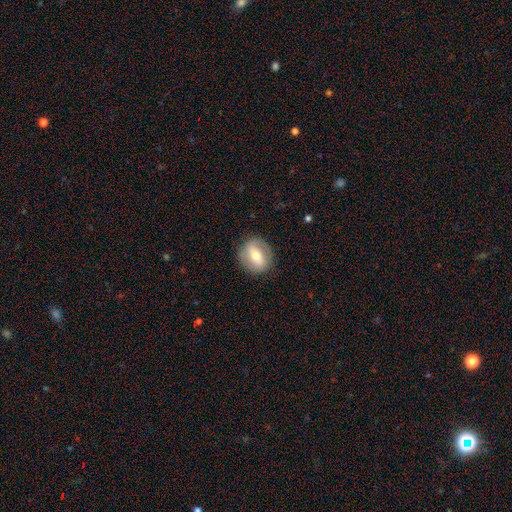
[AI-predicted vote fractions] Smooth or featured?
  - smooth: 47% * (tied)
  - featured or disk: 47% * (tied)
  - star or artifact: 7%
Merging?
  - none: 85% *
  - minor disturbance: 10%
  - major disturbance: 4%
  - merger: 1%